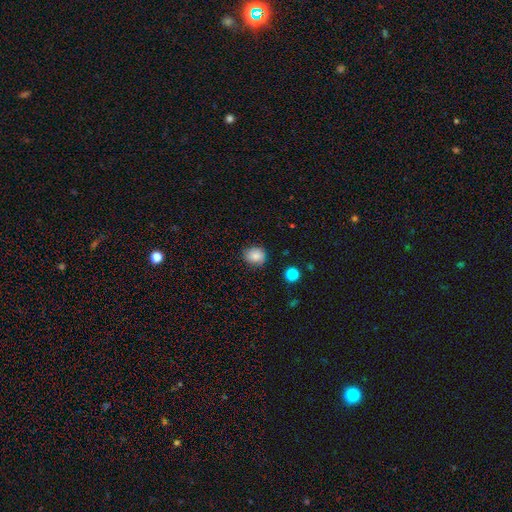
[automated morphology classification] smooth 81%, star or artifact 10%, featured or disk 9%. Down the decision tree: how rounded — round (77%); merging — none (80%).